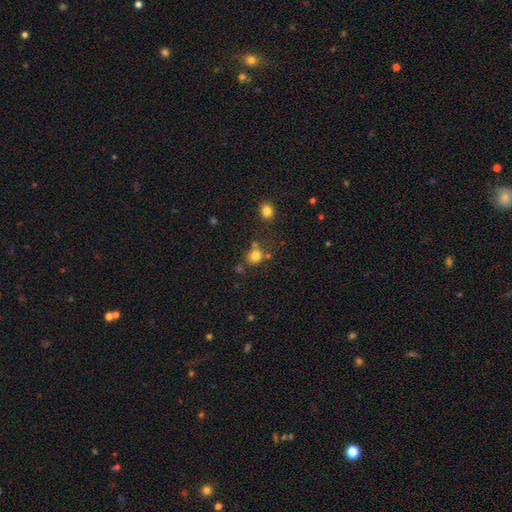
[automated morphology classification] smooth 78%, star or artifact 14%, featured or disk 7%. Down the decision tree: how rounded — round (80%); merging — none (67%).